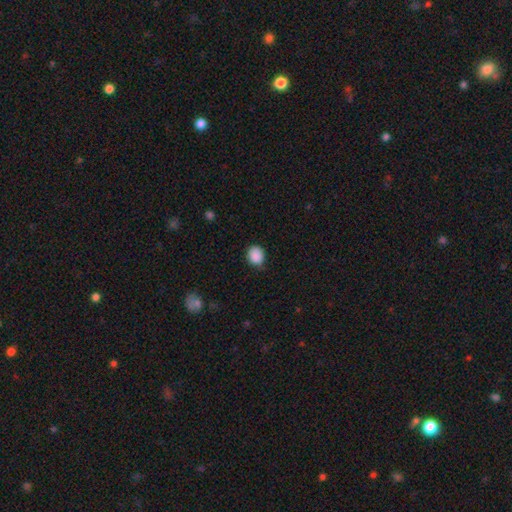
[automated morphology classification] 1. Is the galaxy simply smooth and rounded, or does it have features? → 88% smooth, 9% star or artifact, 3% featured or disk.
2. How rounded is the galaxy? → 61% round, 38% in between, 1% cigar-shaped.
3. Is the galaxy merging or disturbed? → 77% none, 18% minor disturbance, 3% major disturbance, 1% merger.